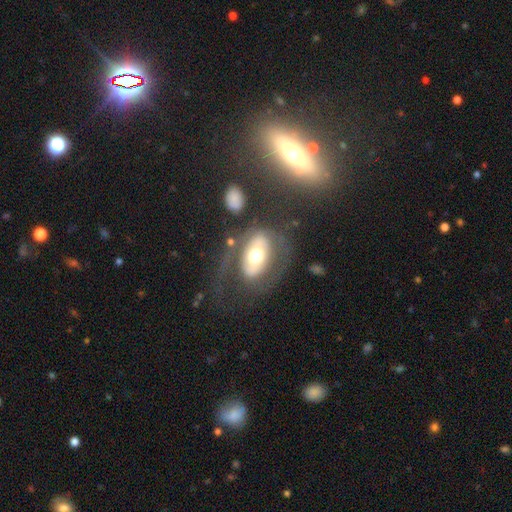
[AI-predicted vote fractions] Smooth or featured?
  - featured or disk: 60% *
  - smooth: 33%
  - star or artifact: 7%
Edge-on disk?
  - no: 92% *
  - yes: 8%
Bar?
  - no: 59% *
  - strong: 21%
  - weak: 20%
Spiral arms?
  - no: 60% *
  - yes: 40%
Bulge size?
  - moderate: 58% *
  - large: 31%
  - small: 5%
  - dominant: 5%
  - none: 1%
Merging?
  - none: 56% *
  - major disturbance: 23%
  - minor disturbance: 15%
  - merger: 6%